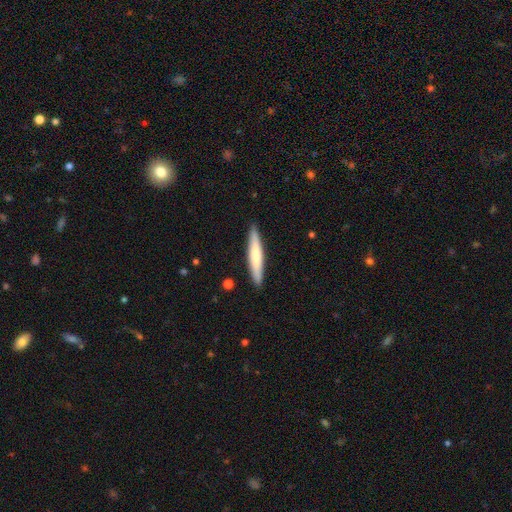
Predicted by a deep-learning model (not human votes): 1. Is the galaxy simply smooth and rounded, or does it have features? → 64% smooth, 31% featured or disk, 5% star or artifact.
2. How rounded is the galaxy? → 91% cigar-shaped, 7% in between, 1% round.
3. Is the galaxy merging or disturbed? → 89% none, 8% minor disturbance, 1% major disturbance, 1% merger.